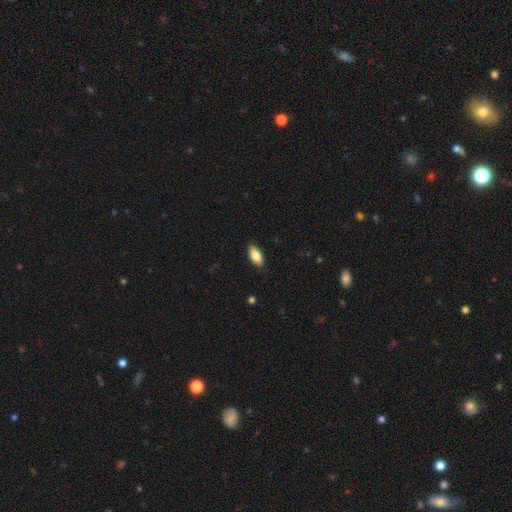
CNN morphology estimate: Overall: smooth (84%). How rounded: in between (92%). Merging: none (85%).